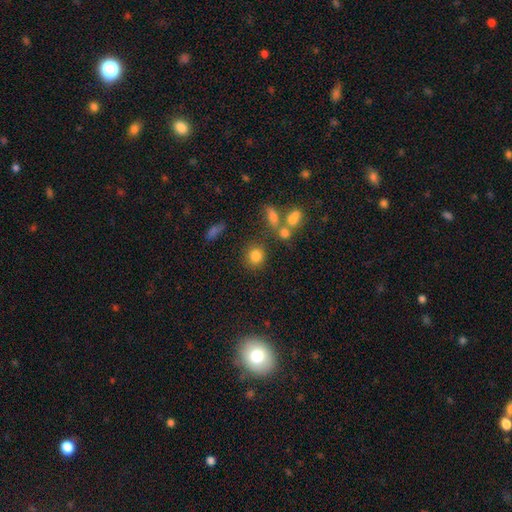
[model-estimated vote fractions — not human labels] Smooth or featured? smooth (80%)
How rounded? round (80%)
Merging? none (73%)